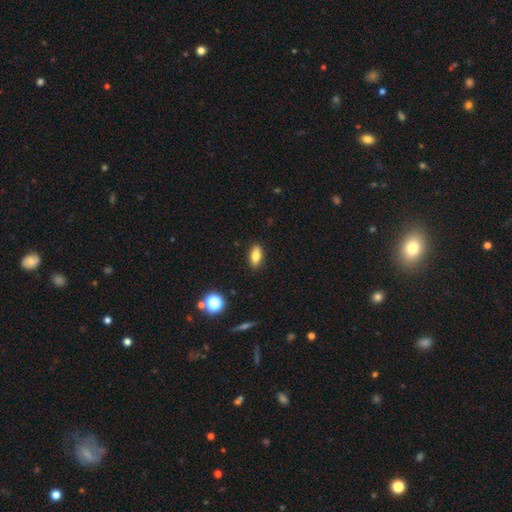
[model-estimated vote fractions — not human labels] A smooth galaxy with no disk features (79%) that is in between round and cigar-shaped (82%).

Vote fractions:
- Smooth or featured? smooth: 79% / featured or disk: 12% / star or artifact: 9%
- How rounded? in between: 82% / cigar-shaped: 14% / round: 4%
- Merging? none: 89% / minor disturbance: 8% / major disturbance: 2% / merger: 1%